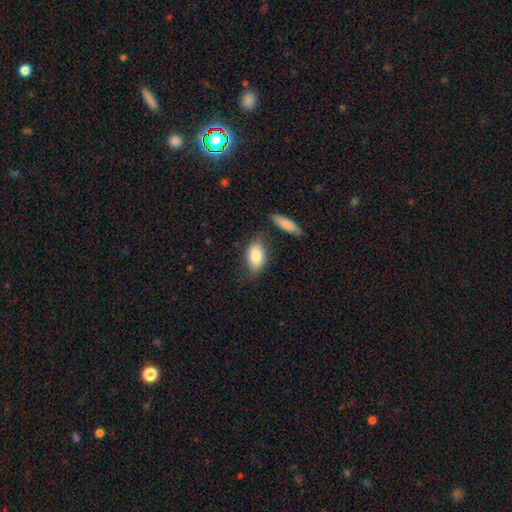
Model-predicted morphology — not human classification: The model was most divided on "merging": none: 65%, minor disturbance: 20%, merger: 9%, major disturbance: 6%. More confident: how rounded — in between (90%); smooth or featured — smooth (82%).